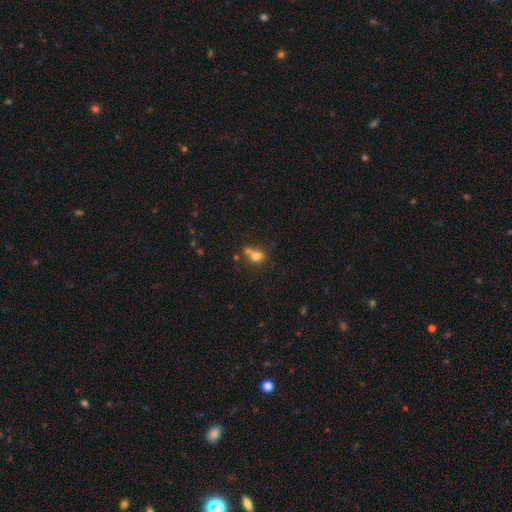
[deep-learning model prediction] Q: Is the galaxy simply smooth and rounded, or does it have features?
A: smooth — 75%.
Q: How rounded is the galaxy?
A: in between — 57%.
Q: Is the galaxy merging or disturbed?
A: none — 42%.